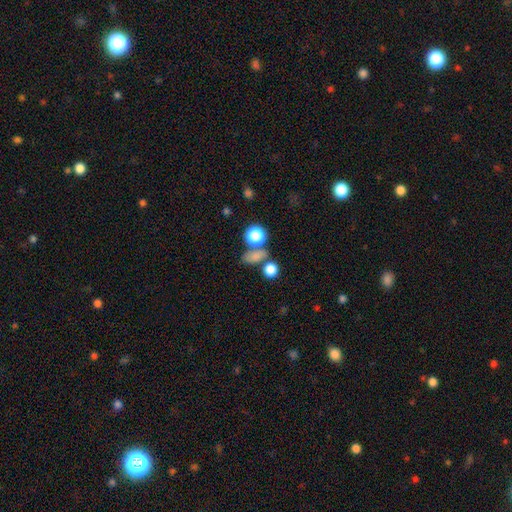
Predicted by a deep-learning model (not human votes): smooth_or_featured: smooth (p=0.77) [alt: star or artifact p=0.16]
how_rounded: in between (p=0.49) [alt: round p=0.45]
merging: none (p=0.58) [alt: merger p=0.23]